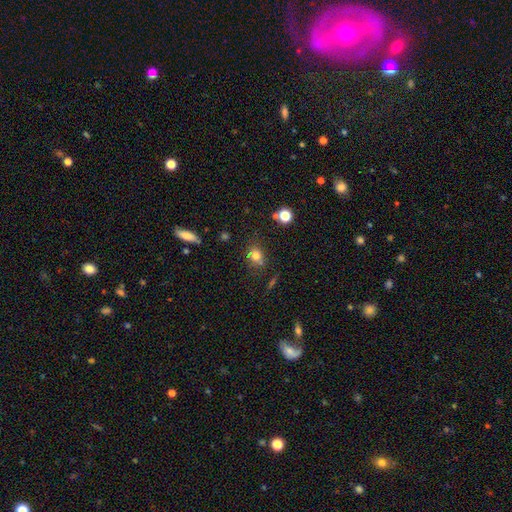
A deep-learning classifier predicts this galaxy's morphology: Smooth or featured: smooth — 76% (star or artifact — 14%)
How rounded: round — 57% (in between — 42%)
Merging: none — 66% (minor disturbance — 19%)